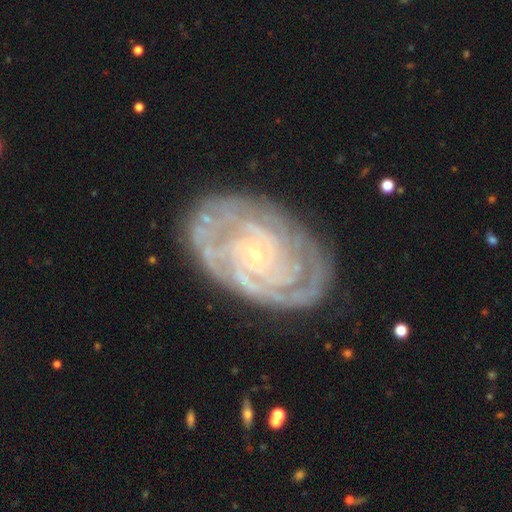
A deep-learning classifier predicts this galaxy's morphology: Smooth or featured? featured or disk (88%)
Edge-on disk? no (97%)
Bar? no (73%)
Spiral arms? yes (97%)
Spiral winding? tight (79%)
Spiral arm count? can't tell (25%)
Bulge size? small (88%)
Merging? none (78%)